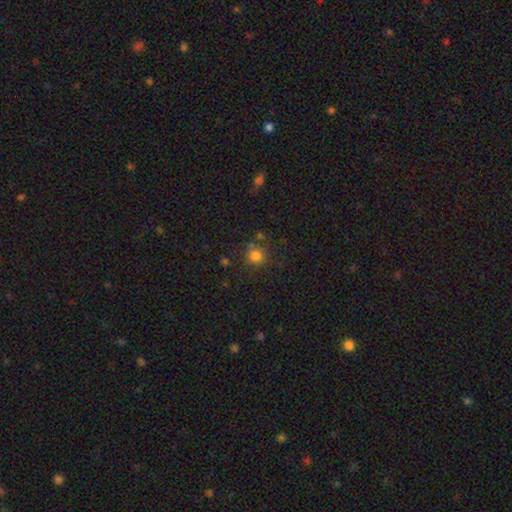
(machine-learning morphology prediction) smooth-or-featured: smooth: 77% | star or artifact: 16% | featured or disk: 7%
  how-rounded: round: 89% | in between: 10% | cigar-shaped: 1%
  merging: none: 72% | minor disturbance: 13% | merger: 9% | major disturbance: 5%